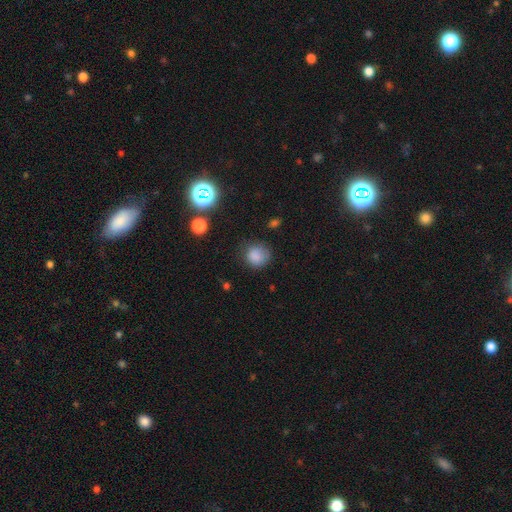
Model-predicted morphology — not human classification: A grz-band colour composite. It shows a smooth galaxy with no disk features (81%) that is round (83%). Merging: none (70%).